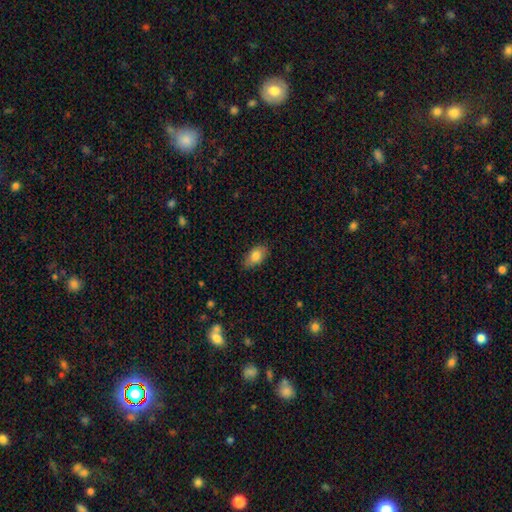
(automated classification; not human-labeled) Smooth or featured? Predicted: smooth (p=0.82). How rounded? Predicted: in between (p=0.90). Merging? Predicted: none (p=0.82).